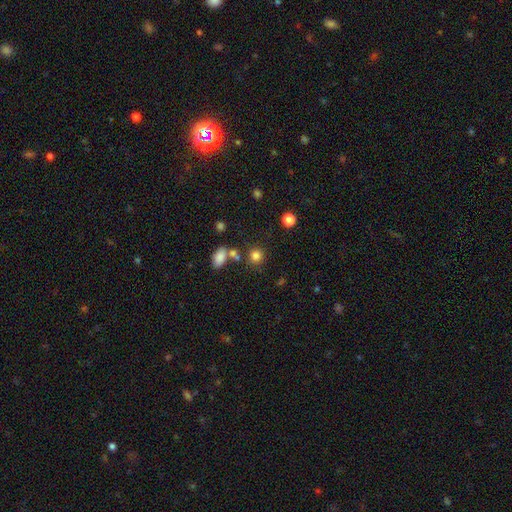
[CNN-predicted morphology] smooth_or_featured: smooth (p=0.81) [alt: star or artifact p=0.13]
how_rounded: round (p=0.85) [alt: in between p=0.14]
merging: none (p=0.73) [alt: merger p=0.12]